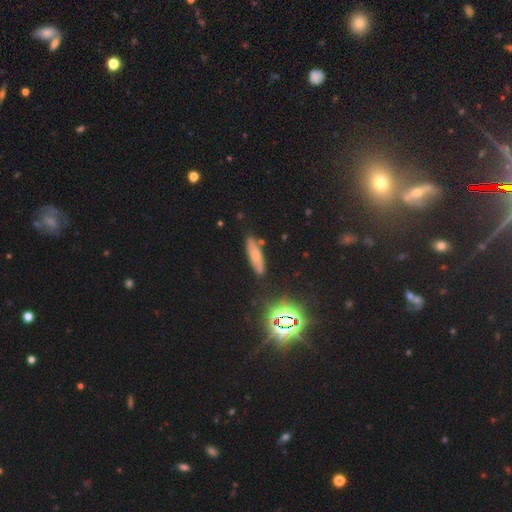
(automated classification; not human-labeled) smooth 48%, featured or disk 33%, star or artifact 19%. Down the decision tree: merging — none (76%).